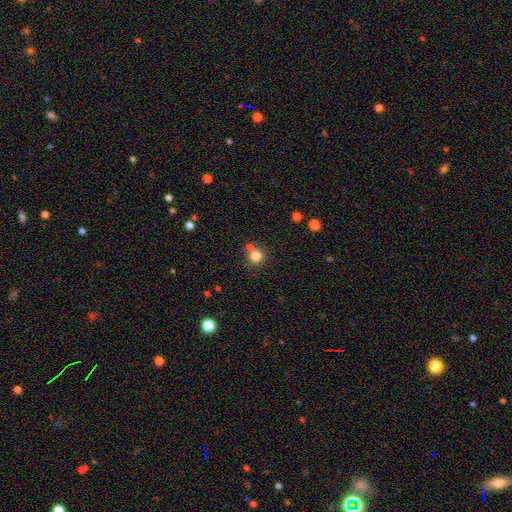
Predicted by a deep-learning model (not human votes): A smooth galaxy with no disk features (80%) that is round (92%).

Vote fractions:
- Smooth or featured? smooth: 80% / star or artifact: 13% / featured or disk: 7%
- How rounded? round: 92% / in between: 7% / cigar-shaped: 1%
- Merging? none: 69% / merger: 20% / minor disturbance: 8% / major disturbance: 3%